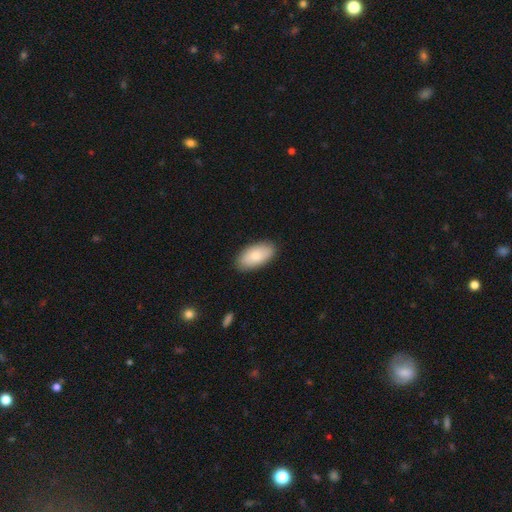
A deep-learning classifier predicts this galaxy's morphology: Q: Smooth or featured?
A: smooth (80%); runner-up: featured or disk (14%)
Q: How rounded?
A: in between (94%); runner-up: cigar-shaped (3%)
Q: Merging?
A: none (88%); runner-up: minor disturbance (9%)